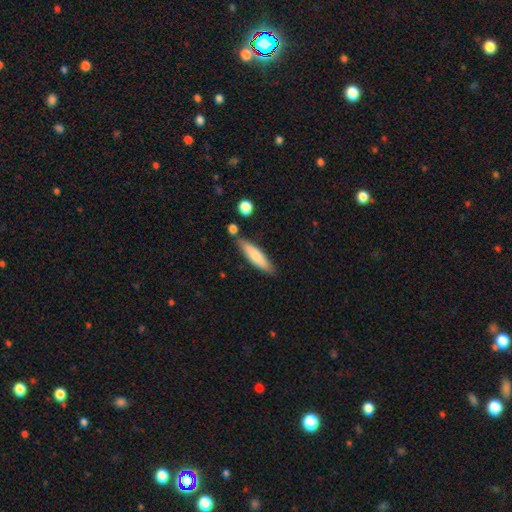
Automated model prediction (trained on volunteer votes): smooth-or-featured: smooth: 76% | featured or disk: 18% | star or artifact: 6%
  how-rounded: cigar-shaped: 74% | in between: 24% | round: 1%
  merging: none: 76% | minor disturbance: 14% | merger: 7% | major disturbance: 3%